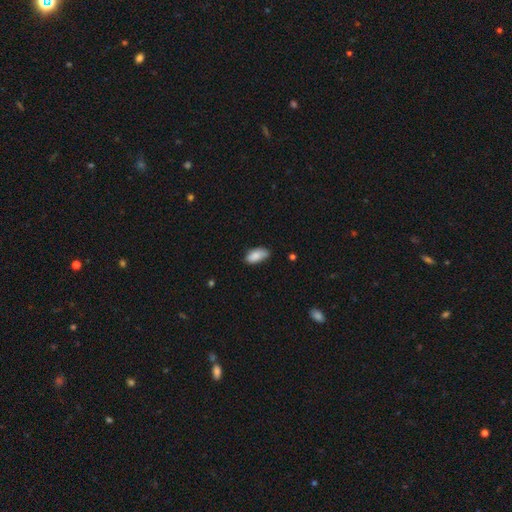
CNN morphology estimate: smooth_or_featured: smooth (p=0.85) [alt: featured or disk p=0.08]
how_rounded: in between (p=0.92) [alt: cigar-shaped p=0.05]
merging: none (p=0.67) [alt: minor disturbance p=0.27]